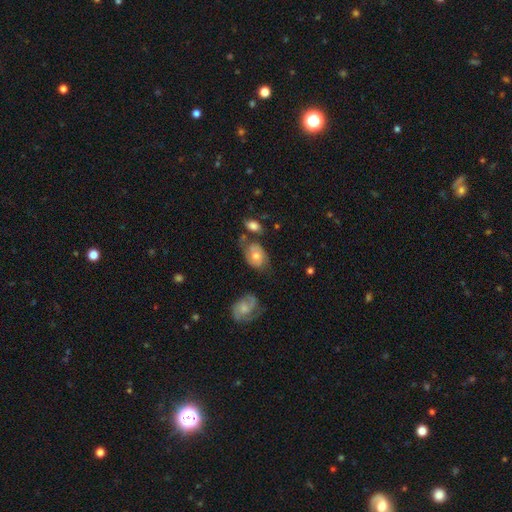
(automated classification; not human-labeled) A smooth galaxy with no disk features (47%). Merging: none (45%).